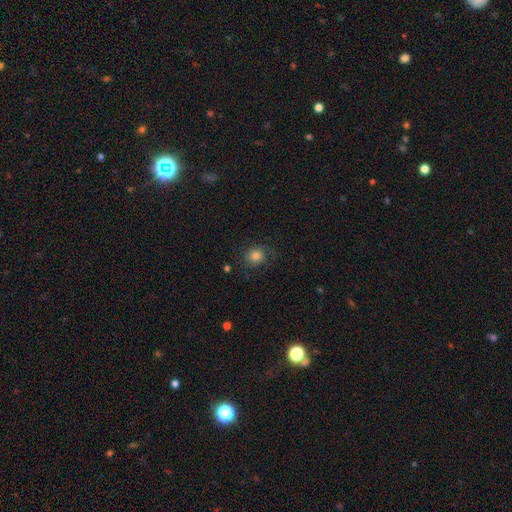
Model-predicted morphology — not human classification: Q: Smooth or featured?
A: smooth (67%); runner-up: featured or disk (22%)
Q: How rounded?
A: round (80%); runner-up: in between (19%)
Q: Merging?
A: none (69%); runner-up: minor disturbance (18%)